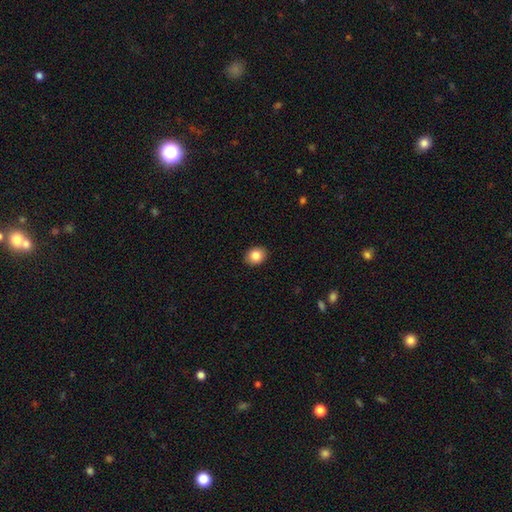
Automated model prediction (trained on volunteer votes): This is clearly a smooth galaxy (85%). How rounded: possibly round (52%). Merging: clearly none (91%).